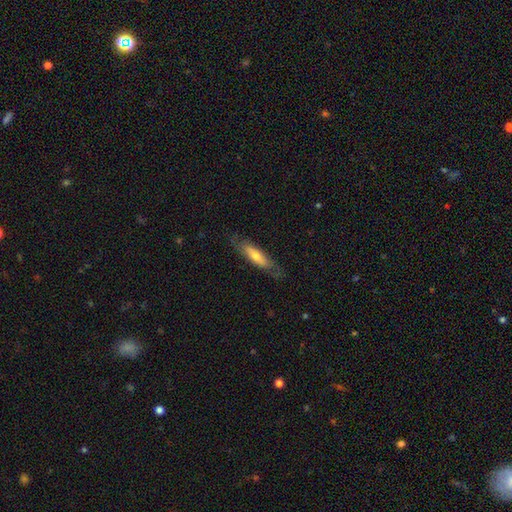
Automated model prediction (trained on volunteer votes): Morphology: type=smooth (48%); merging=none (75%).